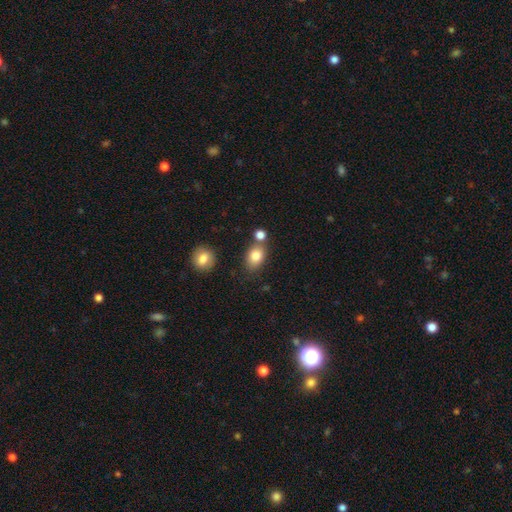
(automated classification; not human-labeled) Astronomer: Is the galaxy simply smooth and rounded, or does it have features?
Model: smooth — 82%.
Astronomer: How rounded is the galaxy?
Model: in between — 70%.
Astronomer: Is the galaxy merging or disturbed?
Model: none — 64%.